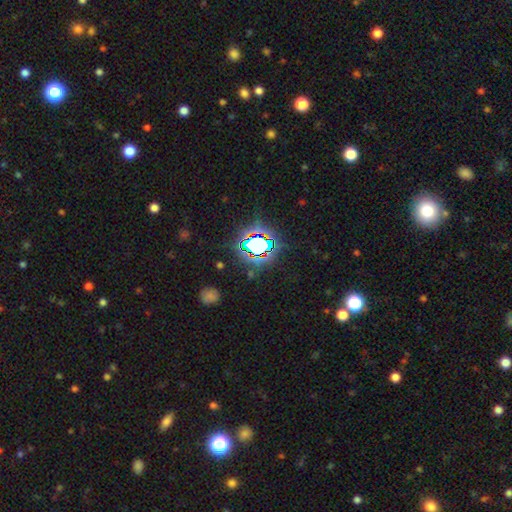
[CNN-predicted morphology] smooth-or-featured: star or artifact: 77% | smooth: 15% | featured or disk: 8%